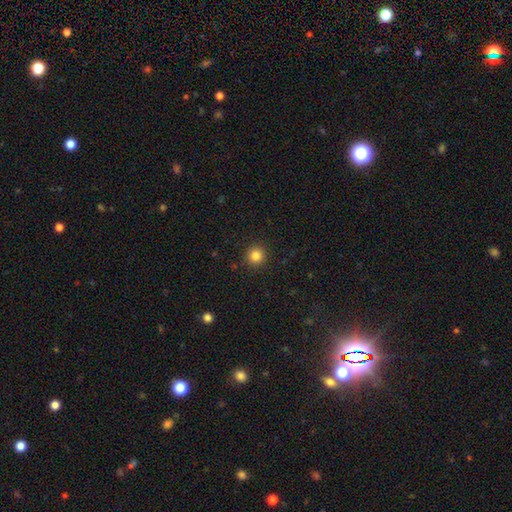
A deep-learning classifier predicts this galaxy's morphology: smooth 84%, star or artifact 12%, featured or disk 4%. Down the decision tree: how rounded — round (94%); merging — none (91%).